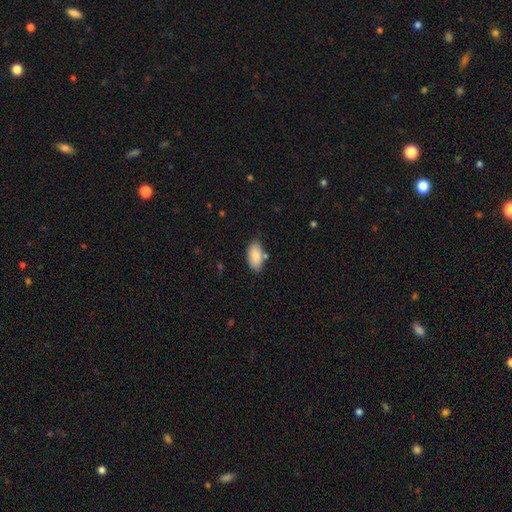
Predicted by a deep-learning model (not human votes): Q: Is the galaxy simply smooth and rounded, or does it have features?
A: smooth — 85%.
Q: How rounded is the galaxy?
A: in between — 94%.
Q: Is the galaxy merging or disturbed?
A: none — 72%.